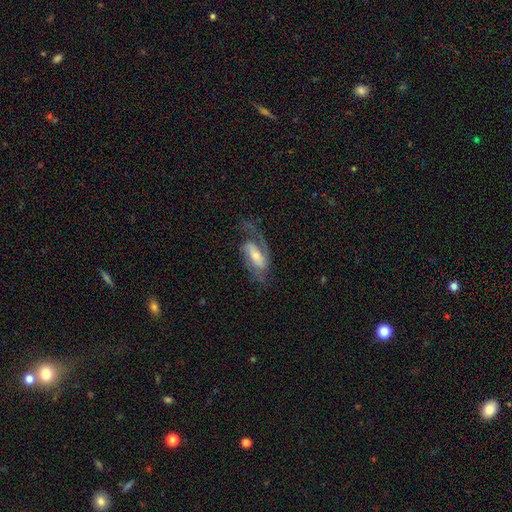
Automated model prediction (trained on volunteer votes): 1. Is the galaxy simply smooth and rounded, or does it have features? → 78% featured or disk, 16% smooth, 6% star or artifact.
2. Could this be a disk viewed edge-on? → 94% no, 6% yes.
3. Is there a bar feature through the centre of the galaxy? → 38% weak, 34% strong, 28% no.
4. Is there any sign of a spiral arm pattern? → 92% yes, 8% no.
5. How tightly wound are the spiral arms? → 48% medium, 32% loose, 20% tight.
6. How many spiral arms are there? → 75% 2, 15% 1, 6% can't tell, 2% 3, 1% 4, 1% more than 4.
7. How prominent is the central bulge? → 47% small, 43% moderate, 6% large, 3% none, 1% dominant.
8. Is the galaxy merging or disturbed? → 60% none, 20% major disturbance, 18% minor disturbance, 2% merger.